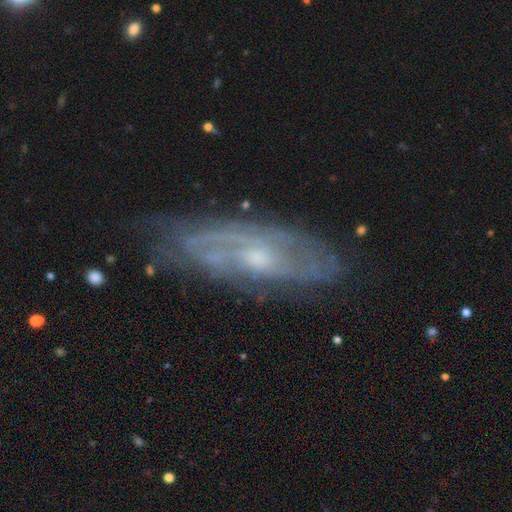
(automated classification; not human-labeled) Smooth or featured? Predicted: featured or disk (p=0.77). Edge-on disk? Predicted: no (p=0.80). Bar? Predicted: no (p=0.70). Spiral arms? Predicted: yes (p=0.82). Spiral winding? Predicted: tight (p=0.52). Spiral arm count? Predicted: can't tell (p=0.53). Bulge size? Predicted: small (p=0.53). Merging? Predicted: none (p=0.74).